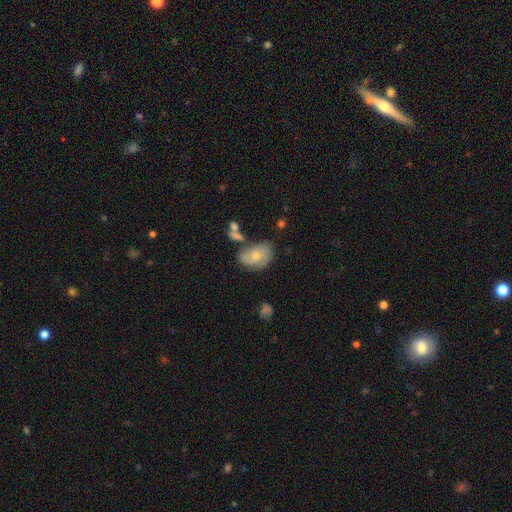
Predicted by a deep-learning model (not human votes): A smooth galaxy with no disk features (62%) that is in between round and cigar-shaped (79%). Merging: none (46%).